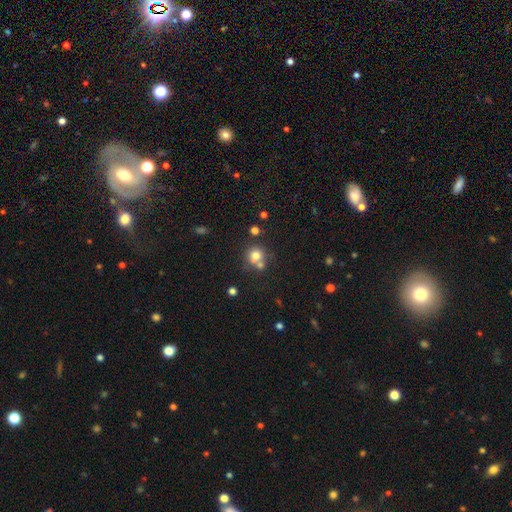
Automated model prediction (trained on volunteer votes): A smooth galaxy with no disk features (72%) that is round (86%). Merging: none (53%).